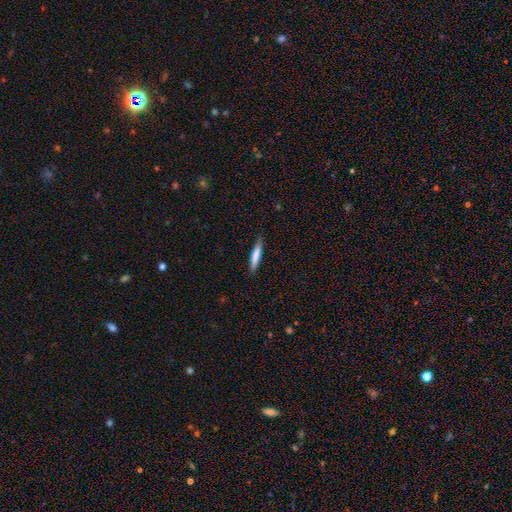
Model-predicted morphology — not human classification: Smooth or featured?
  - smooth: 77% *
  - featured or disk: 18%
  - star or artifact: 6%
How rounded?
  - cigar-shaped: 90% *
  - in between: 8%
  - round: 1%
Merging?
  - none: 84% *
  - minor disturbance: 12%
  - major disturbance: 2%
  - merger: 1%